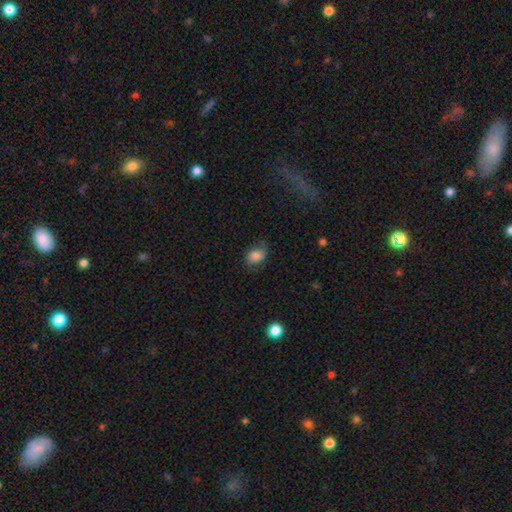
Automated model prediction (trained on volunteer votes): Morphology: type=smooth (72%); roundness=in between (73%); merging=none (63%).